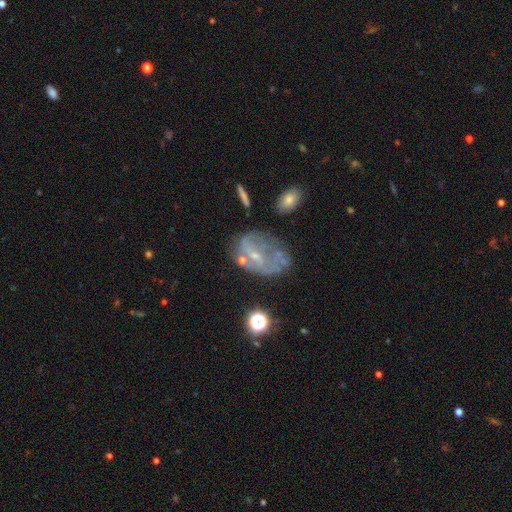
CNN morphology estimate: A featured or disk galaxy (62%) with no bar (50%), no spiral arms (58%) and a small central bulge (65%).

Vote fractions:
- Smooth or featured? featured or disk: 62% / smooth: 24% / star or artifact: 14%
- Edge-on disk? no: 95% / yes: 5%
- Bar? no: 50% / weak: 36% / strong: 14%
- Spiral arms? no: 58% / yes: 42%
- Bulge size? small: 65% / moderate: 17% / none: 16% / large: 1% / dominant: 1%
- Merging? none: 41% / major disturbance: 25% / minor disturbance: 25% / merger: 9%